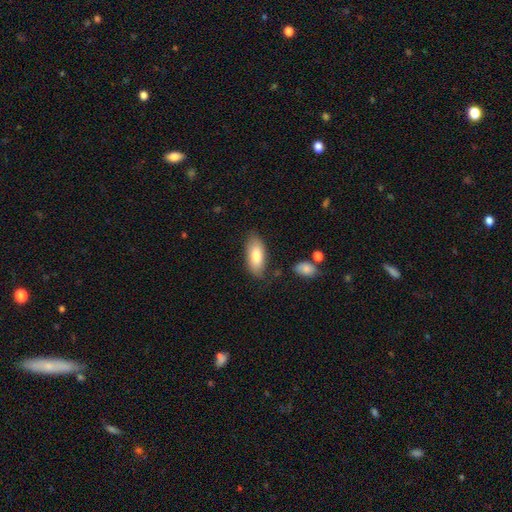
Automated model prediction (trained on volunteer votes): Overall: smooth (79%). How rounded: in between (85%). Merging: none (78%).